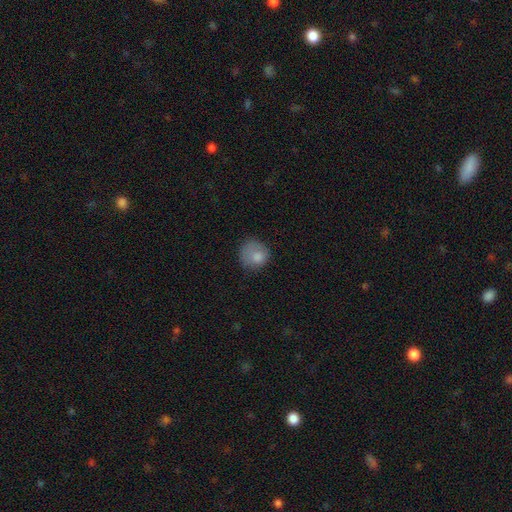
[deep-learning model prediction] This is likely a smooth galaxy (80%). How rounded: clearly round (81%). Merging: possibly none (56%).